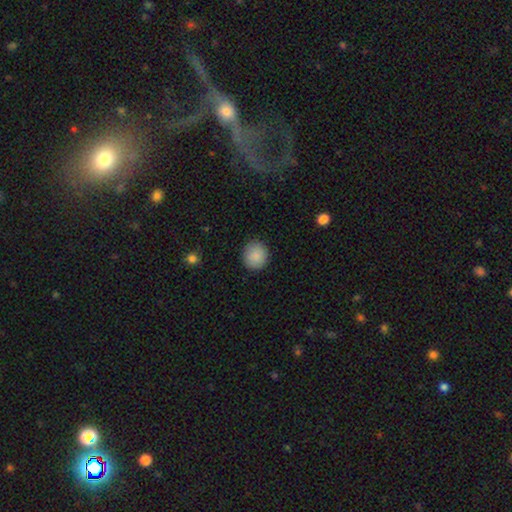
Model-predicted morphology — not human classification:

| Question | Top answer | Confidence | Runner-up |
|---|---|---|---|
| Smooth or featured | smooth | 88% | star or artifact (8%) |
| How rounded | round | 85% | in between (14%) |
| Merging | none | 89% | minor disturbance (7%) |